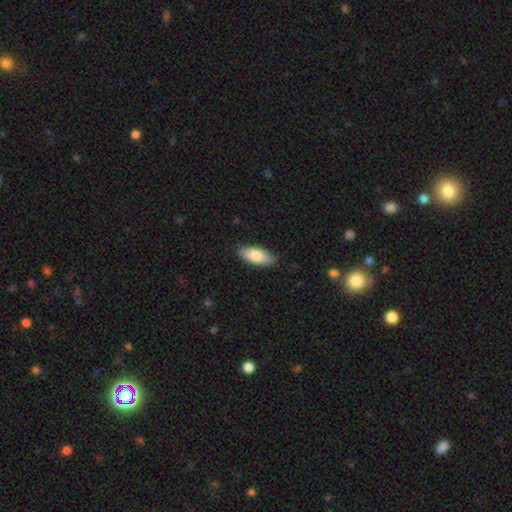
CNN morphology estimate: Smooth or featured: smooth — 81% (featured or disk — 14%)
How rounded: in between — 83% (cigar-shaped — 15%)
Merging: none — 86% (minor disturbance — 11%)